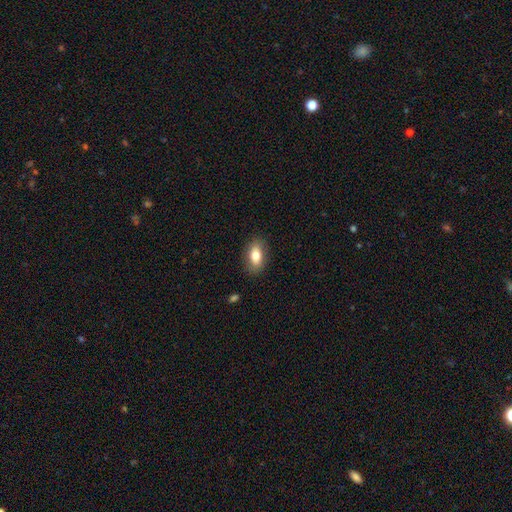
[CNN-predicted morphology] Smooth or featured? Predicted: smooth (p=0.77). How rounded? Predicted: in between (p=0.87). Merging? Predicted: none (p=0.86).